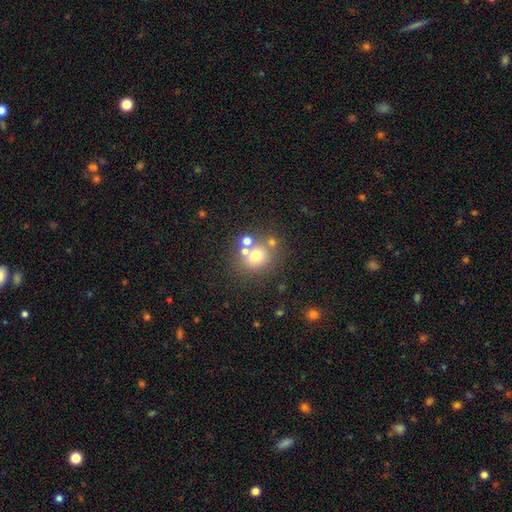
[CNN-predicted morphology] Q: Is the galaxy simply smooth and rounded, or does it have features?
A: smooth — 66%.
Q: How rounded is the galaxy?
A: round — 83%.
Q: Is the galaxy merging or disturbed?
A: none — 61%.